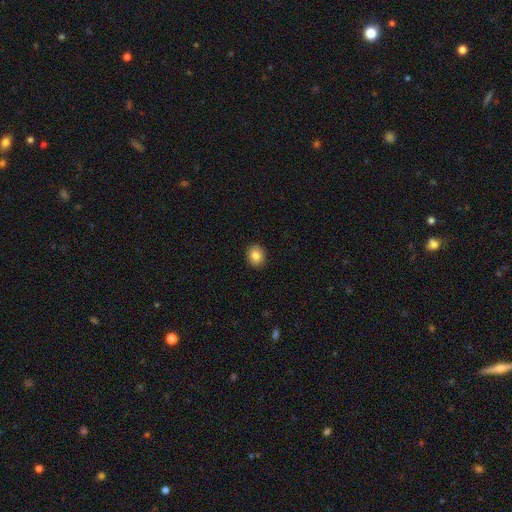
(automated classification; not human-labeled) smooth 84%, star or artifact 9%, featured or disk 7%. Down the decision tree: how rounded — round (65%); merging — none (92%).